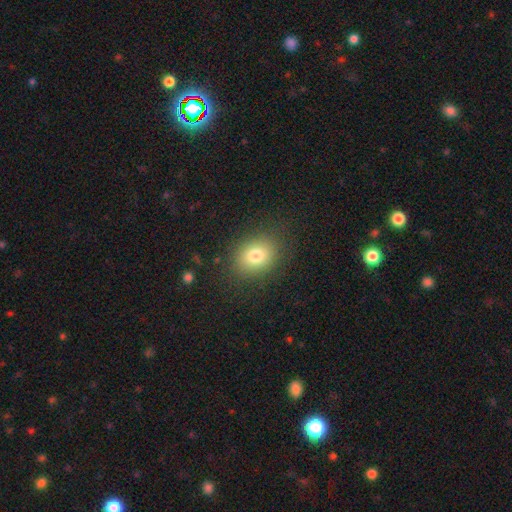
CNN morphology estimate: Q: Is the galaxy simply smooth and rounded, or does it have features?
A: smooth — 79%.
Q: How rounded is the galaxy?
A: in between — 51%.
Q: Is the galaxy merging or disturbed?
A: none — 85%.